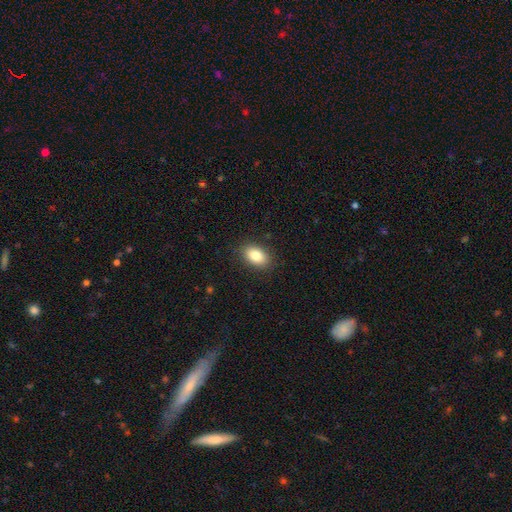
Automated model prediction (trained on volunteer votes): Smooth or featured? smooth (84%)
How rounded? in between (87%)
Merging? none (88%)